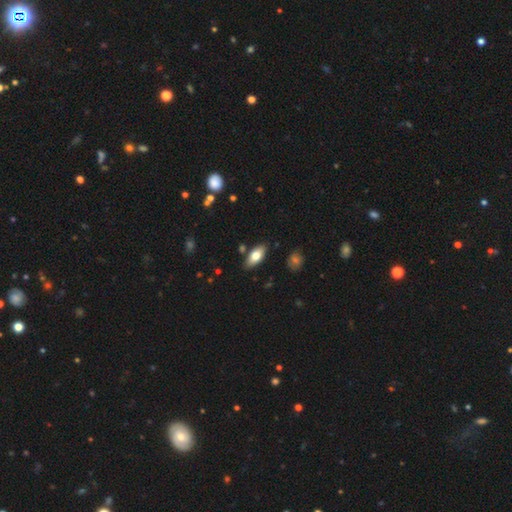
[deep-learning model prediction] smooth_or_featured: smooth (p=0.75) [alt: featured or disk p=0.19]
how_rounded: in between (p=0.87) [alt: cigar-shaped p=0.10]
merging: none (p=0.83) [alt: minor disturbance p=0.12]